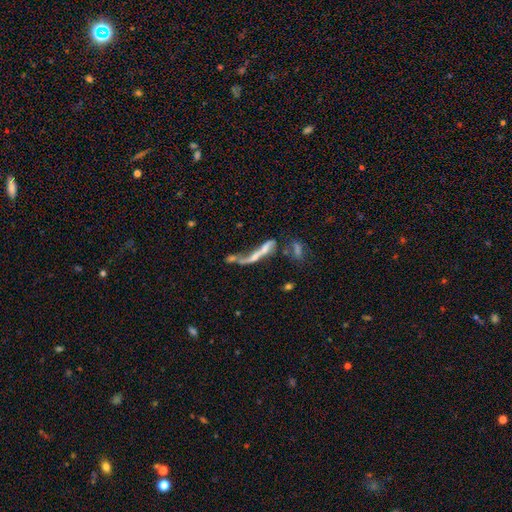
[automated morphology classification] Overall: featured or disk (56%; smooth 29%). Edge-on disk: no (58%; yes 42%). Merging: merger (46%; major disturbance 24%).